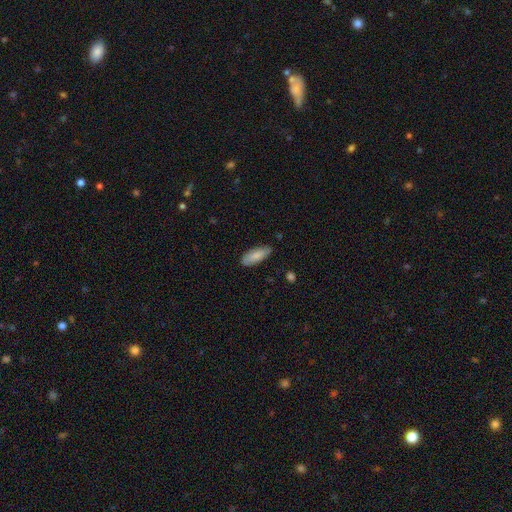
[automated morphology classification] Smooth or featured? Predicted: smooth (p=0.82). How rounded? Predicted: in between (p=0.74). Merging? Predicted: none (p=0.80).